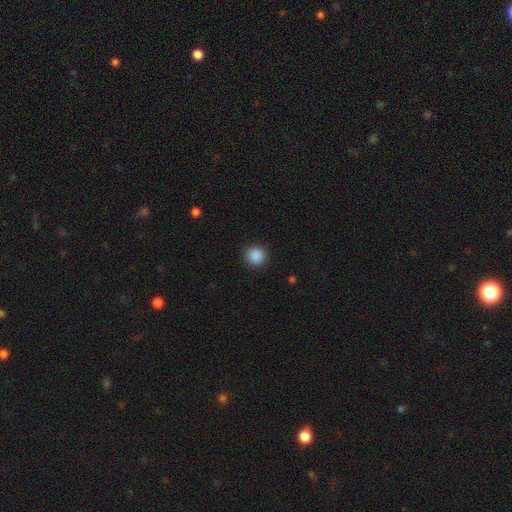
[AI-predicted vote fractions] This appears to be a smooth galaxy with no disk features (88%) that is round (94%). Merging: none (91%).